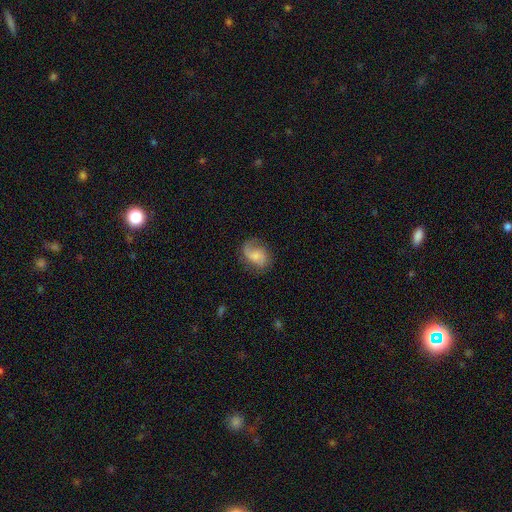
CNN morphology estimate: featured or disk 58%, smooth 33%, star or artifact 8%. Down the decision tree: edge-on disk — no (97%); bar — no (60%); spiral arms — yes (91%); spiral arm count — 2 (67%); spiral winding — loose (49%); bulge size — small (42%); merging — none (64%).